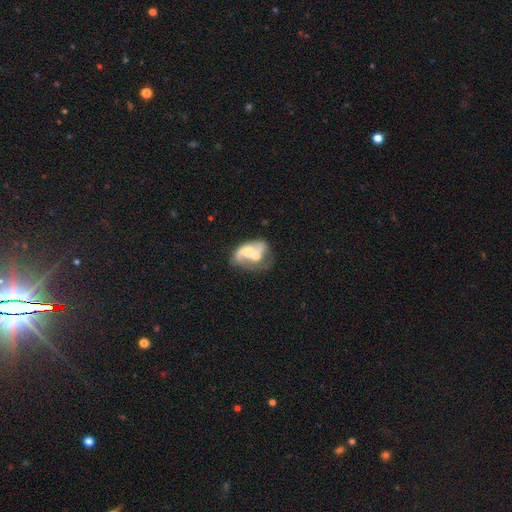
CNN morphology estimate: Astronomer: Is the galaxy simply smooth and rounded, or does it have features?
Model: featured or disk — 63%.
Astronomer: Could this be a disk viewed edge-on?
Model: no — 97%.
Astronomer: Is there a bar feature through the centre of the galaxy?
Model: no — 73%.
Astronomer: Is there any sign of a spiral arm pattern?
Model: yes — 56% (runner-up: no, 44%).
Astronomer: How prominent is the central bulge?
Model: moderate — 53%.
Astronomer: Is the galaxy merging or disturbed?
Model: merger — 57%.